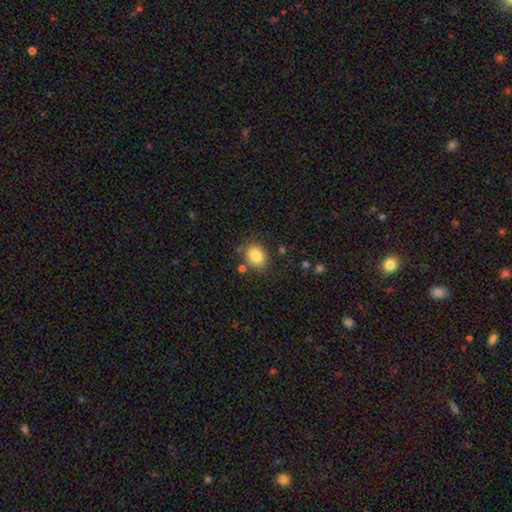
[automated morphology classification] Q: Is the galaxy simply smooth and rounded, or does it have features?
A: smooth — 85%.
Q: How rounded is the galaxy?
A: round — 50%.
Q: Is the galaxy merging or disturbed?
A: none — 78%.